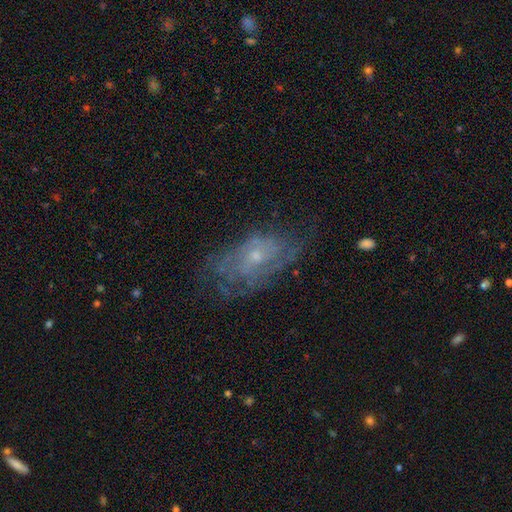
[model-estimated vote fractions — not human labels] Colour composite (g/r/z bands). It shows a featured or disk galaxy (68%) with no bar (76%), spiral arms (71%) and a small central bulge (65%). Merging: none (59%).